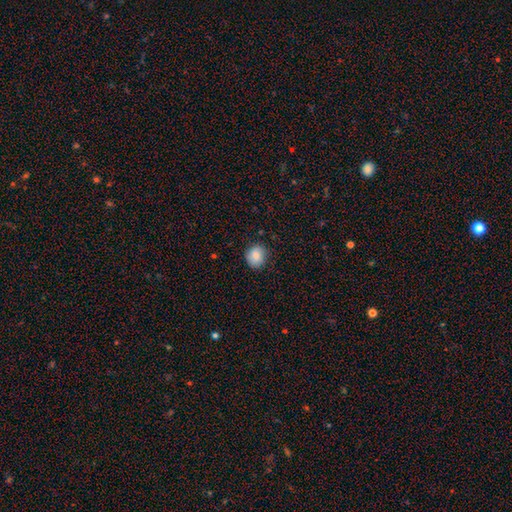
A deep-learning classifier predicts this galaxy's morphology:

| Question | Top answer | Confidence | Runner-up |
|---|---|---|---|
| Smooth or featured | smooth | 85% | star or artifact (8%) |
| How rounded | round | 76% | in between (23%) |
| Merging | none | 81% | minor disturbance (15%) |